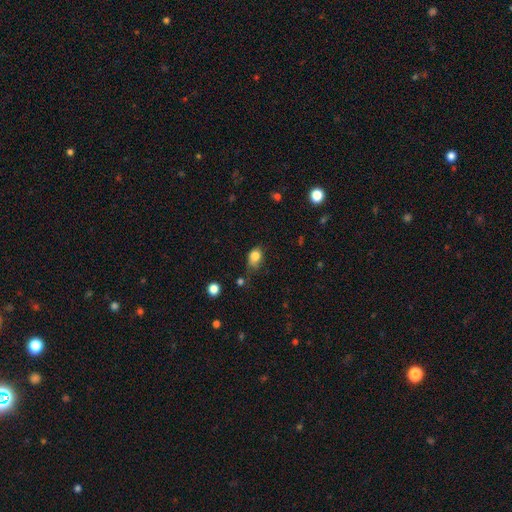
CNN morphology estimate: The model was most divided on "merging": none: 46%, minor disturbance: 38%, major disturbance: 13%, merger: 4%. More confident: smooth or featured — smooth (83%); how rounded — in between (64%).